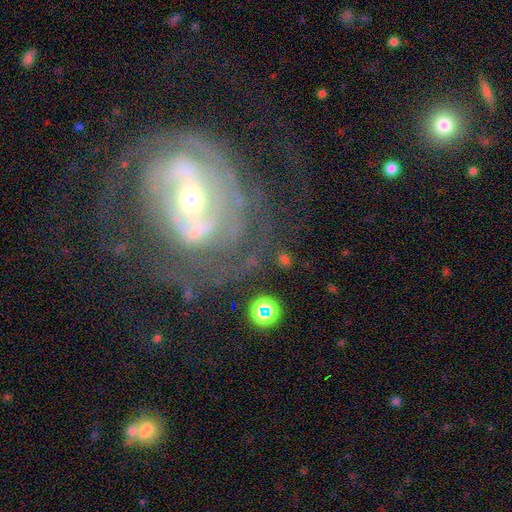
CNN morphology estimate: The model was most divided on "bar": strong: 37%, weak: 35%, no: 28%. Remaining: edge-on disk — no (96%); spiral arms — yes (85%); smooth or featured — featured or disk (85%); bulge size — small (61%); spiral winding — tight (58%); merging — none (57%); spiral arm count — can't tell (39%).